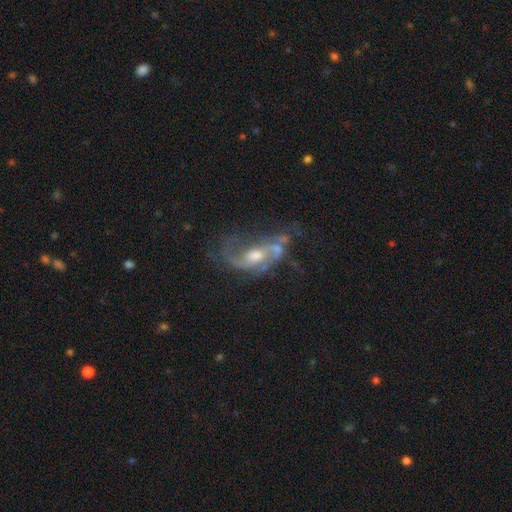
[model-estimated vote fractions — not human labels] Morphology: type=featured or disk (82%); edge-on=no (95%); bar=no (55%); spiral arms=yes (88%); winding=loose (43%); arm count=2 (61%); bulge=moderate (64%); merging=none (35%).